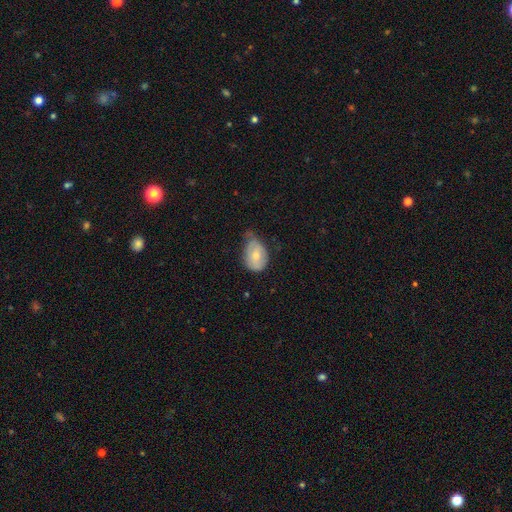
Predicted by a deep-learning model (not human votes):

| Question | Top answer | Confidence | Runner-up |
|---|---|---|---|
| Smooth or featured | smooth | 68% | featured or disk (25%) |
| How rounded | in between | 74% | round (25%) |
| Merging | minor disturbance | 49% | none (28%) |